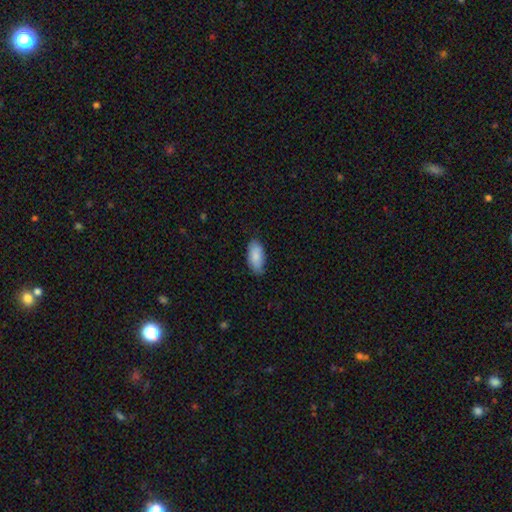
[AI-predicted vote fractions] This appears to be a smooth galaxy with no disk features (87%) that is in between round and cigar-shaped (92%). Merging: none (80%).